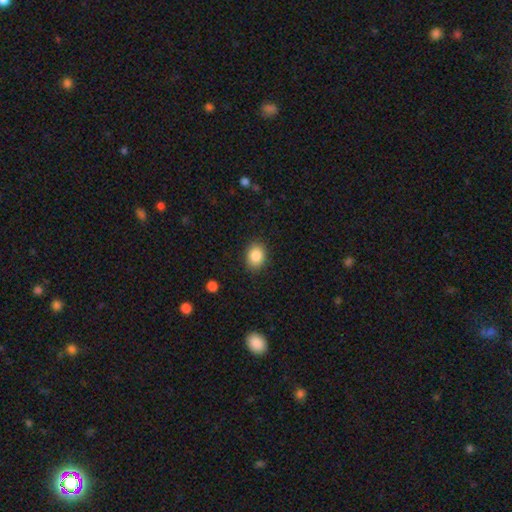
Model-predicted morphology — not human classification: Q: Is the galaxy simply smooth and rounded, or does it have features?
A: smooth — 86%.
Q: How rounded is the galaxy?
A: in between — 59%.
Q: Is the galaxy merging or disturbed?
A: none — 88%.